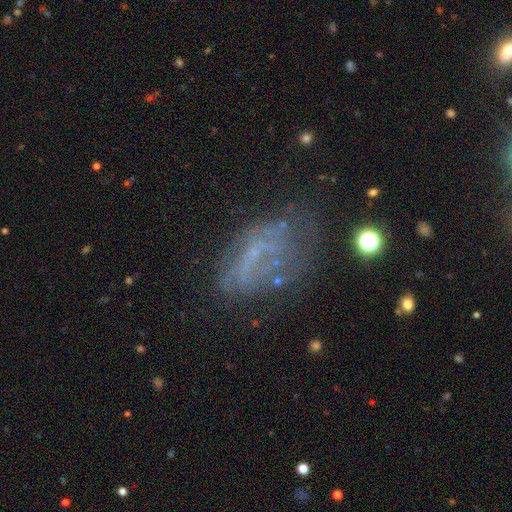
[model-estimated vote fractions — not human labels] smooth_or_featured: featured or disk (p=0.47) [alt: smooth p=0.28]
merging: none (p=0.48) [alt: major disturbance p=0.25]